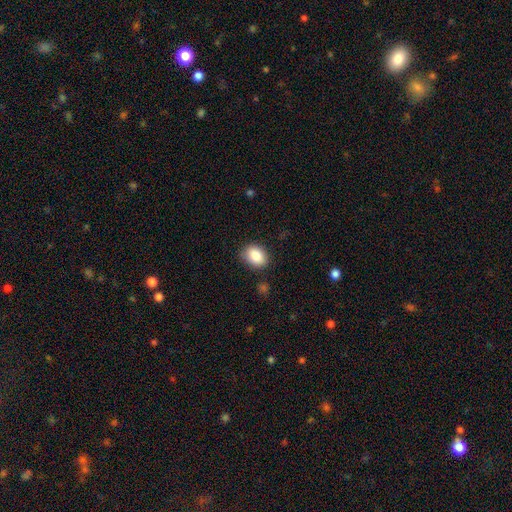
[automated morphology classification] Smooth or featured: smooth — 86% (star or artifact — 8%)
How rounded: in between — 67% (round — 32%)
Merging: none — 84% (minor disturbance — 12%)